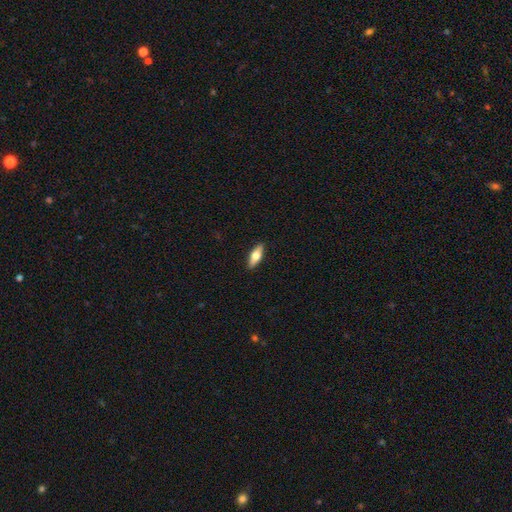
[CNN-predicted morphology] Overall: smooth (58%; featured or disk 36%). How rounded: in between (62%; cigar-shaped 35%). Merging: none (90%).